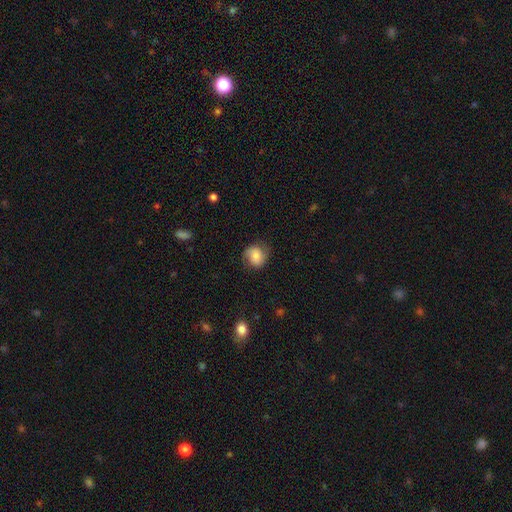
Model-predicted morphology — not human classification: Smooth or featured? Predicted: smooth (p=0.62). How rounded? Predicted: round (p=0.73). Merging? Predicted: none (p=0.71).